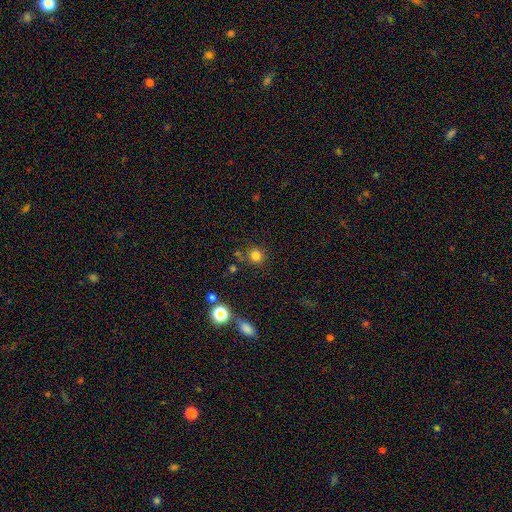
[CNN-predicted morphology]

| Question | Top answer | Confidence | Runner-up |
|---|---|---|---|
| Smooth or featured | smooth | 79% | star or artifact (15%) |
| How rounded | round | 92% | in between (8%) |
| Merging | none | 81% | minor disturbance (9%) |